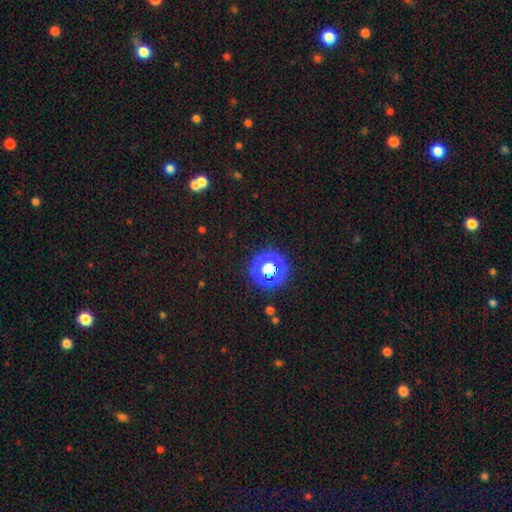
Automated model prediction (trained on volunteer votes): This is likely a star or artifact rather than a galaxy (72%).